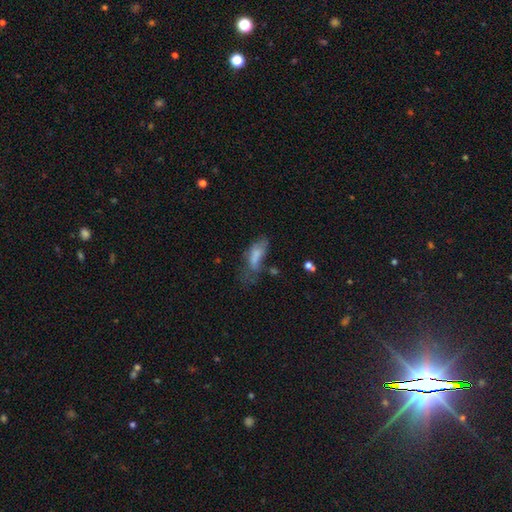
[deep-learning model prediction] Morphology: type=smooth (65%); roundness=in between (71%); merging=major disturbance (40%).